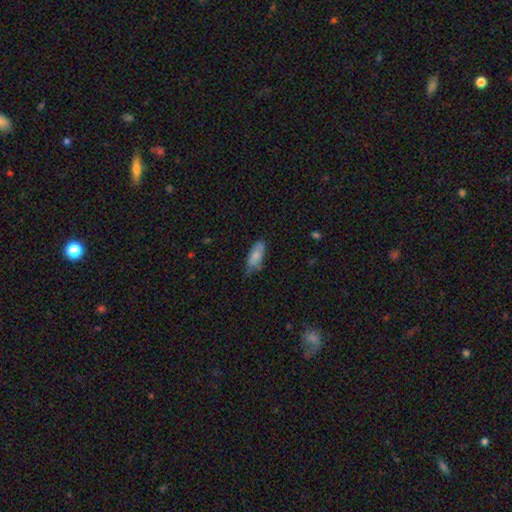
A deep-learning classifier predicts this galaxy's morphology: Smooth or featured: smooth — 75% (featured or disk — 18%)
How rounded: in between — 83% (cigar-shaped — 15%)
Merging: none — 53% (minor disturbance — 37%)